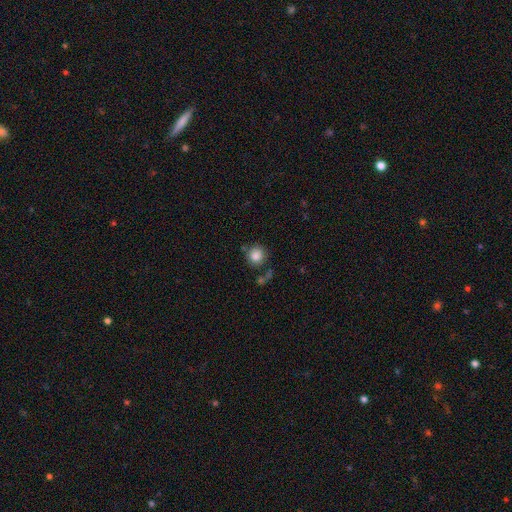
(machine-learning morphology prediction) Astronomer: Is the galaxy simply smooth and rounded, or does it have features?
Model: smooth — 84%.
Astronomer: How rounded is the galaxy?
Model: round — 91%.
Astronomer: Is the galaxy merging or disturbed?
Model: none — 74%.